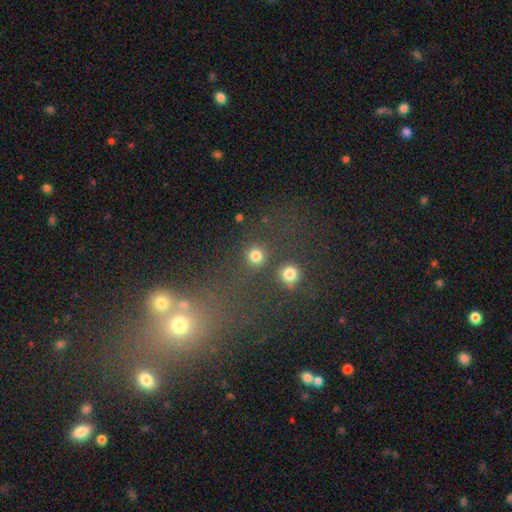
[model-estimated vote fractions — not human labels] Q: Smooth or featured?
A: smooth (80%); runner-up: star or artifact (15%)
Q: How rounded?
A: round (92%); runner-up: in between (7%)
Q: Merging?
A: none (78%); runner-up: merger (12%)